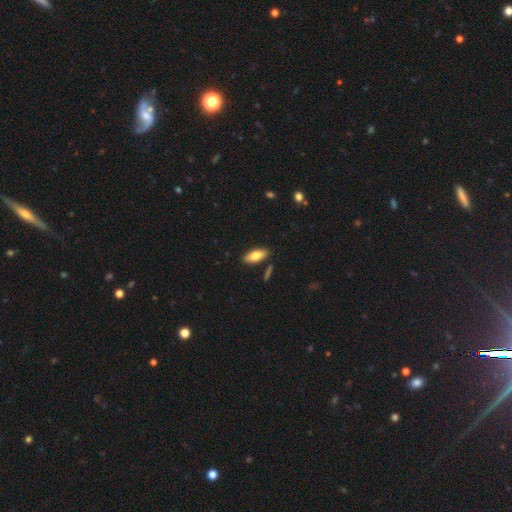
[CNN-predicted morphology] A smooth galaxy with no disk features (75%) that is in between round and cigar-shaped (76%).

Vote fractions:
- Smooth or featured? smooth: 75% / featured or disk: 19% / star or artifact: 6%
- How rounded? in between: 76% / cigar-shaped: 22% / round: 2%
- Merging? none: 86% / minor disturbance: 9% / merger: 3% / major disturbance: 2%